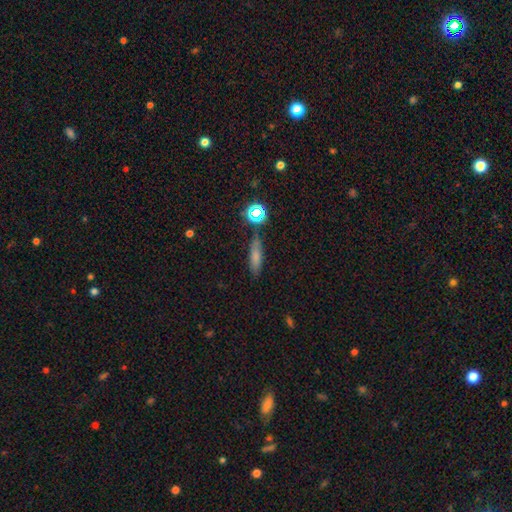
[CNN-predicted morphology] Smooth or featured? smooth (72%)
How rounded? cigar-shaped (53%)
Merging? none (77%)